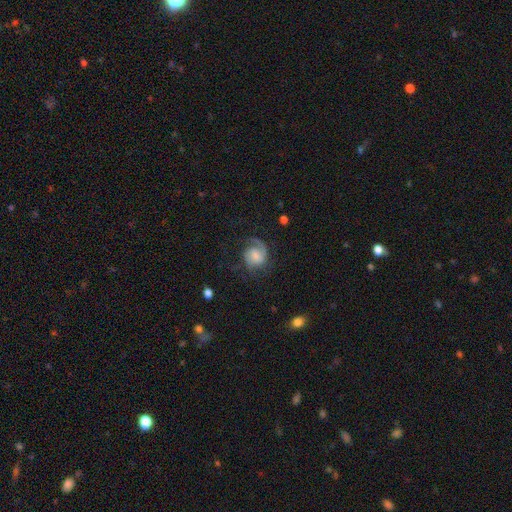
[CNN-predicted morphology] Smooth or featured? Predicted: featured or disk (p=0.67). Edge-on disk? Predicted: no (p=0.98). Bar? Predicted: no (p=0.49). Spiral arms? Predicted: yes (p=0.92). Spiral winding? Predicted: medium (p=0.42). Spiral arm count? Predicted: 1 (p=0.59). Bulge size? Predicted: small (p=0.38). Merging? Predicted: none (p=0.56).